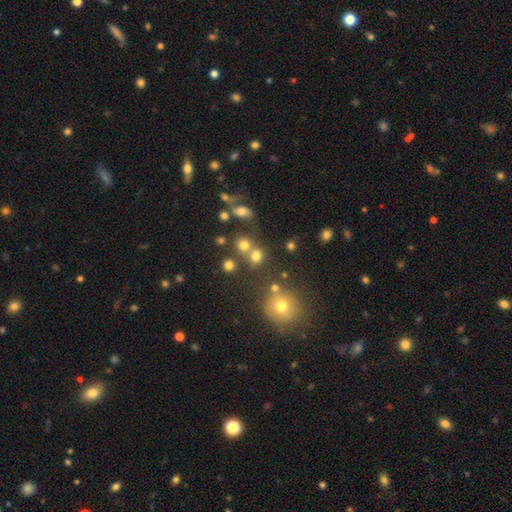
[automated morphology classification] A smooth galaxy with no disk features (71%) that is round (82%). Merging: none (56%).